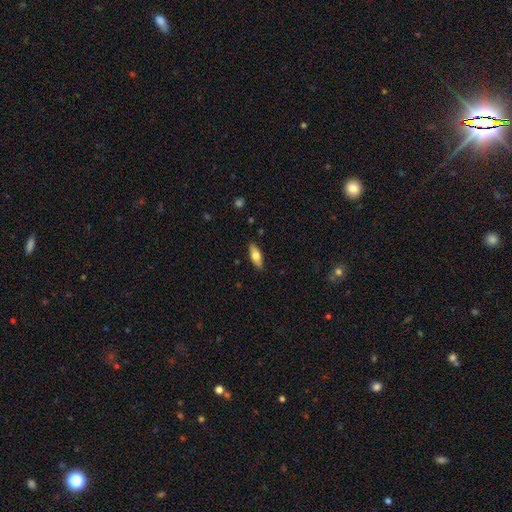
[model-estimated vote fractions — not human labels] Morphology: type=smooth (70%); roundness=in between (74%); merging=none (87%).